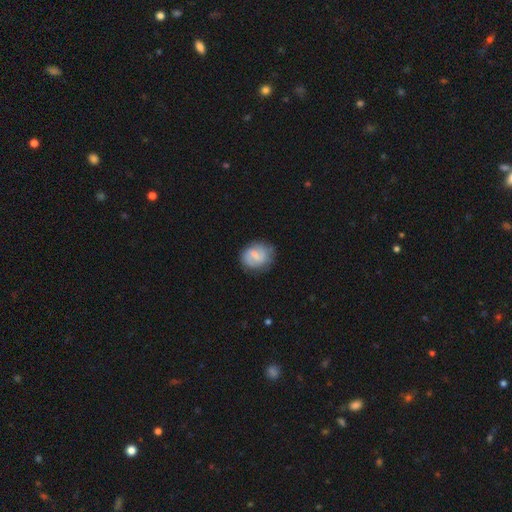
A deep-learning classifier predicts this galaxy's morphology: Smooth or featured? Predicted: featured or disk (p=0.48). Merging? Predicted: none (p=0.74).